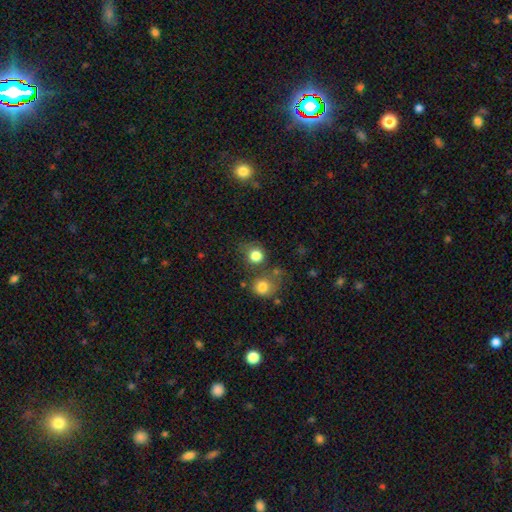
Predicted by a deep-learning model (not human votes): smooth_or_featured: smooth (p=0.81) [alt: star or artifact p=0.12]
how_rounded: round (p=0.83) [alt: in between p=0.16]
merging: none (p=0.59) [alt: merger p=0.21]